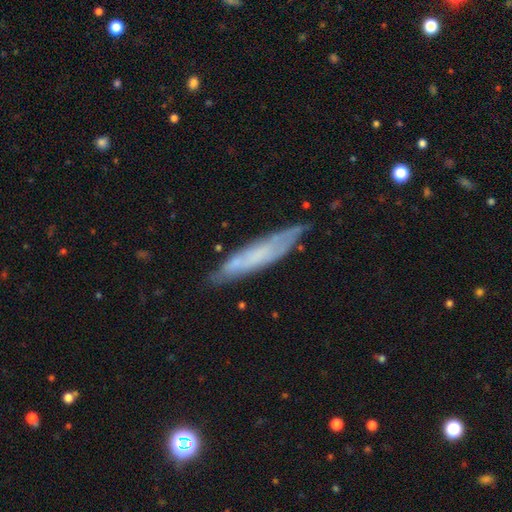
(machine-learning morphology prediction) Smooth or featured? Predicted: featured or disk (p=0.47). Merging? Predicted: none (p=0.70).